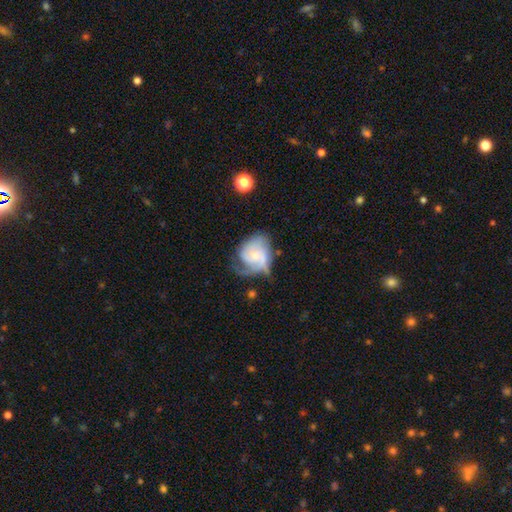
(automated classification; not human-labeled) A featured or disk galaxy (73%) with no bar (69%), 2 (39%) medium (42%) spiral arms (91%) and a small central bulge (62%). Merging: none (46%).